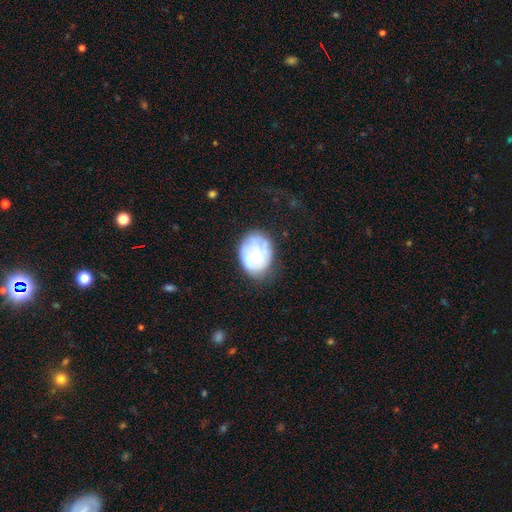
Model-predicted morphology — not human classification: Smooth or featured?
  - featured or disk: 64% *
  - smooth: 29%
  - star or artifact: 7%
Edge-on disk?
  - no: 98% *
  - yes: 2%
Bar?
  - no: 75% *
  - weak: 21%
  - strong: 4%
Spiral arms?
  - yes: 60% *
  - no: 40%
Bulge size?
  - moderate: 50% *
  - small: 30%
  - large: 10%
  - none: 8%
  - dominant: 2%
Merging?
  - none: 59% *
  - minor disturbance: 26%
  - major disturbance: 12%
  - merger: 3%